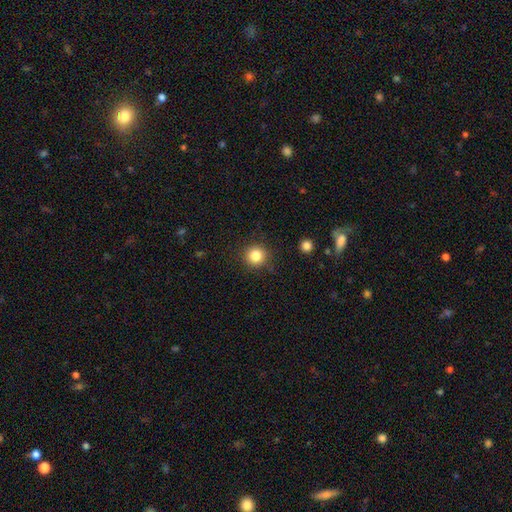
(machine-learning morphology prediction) Smooth or featured: smooth — 83% (star or artifact — 11%)
How rounded: round — 94% (in between — 5%)
Merging: none — 89% (minor disturbance — 7%)